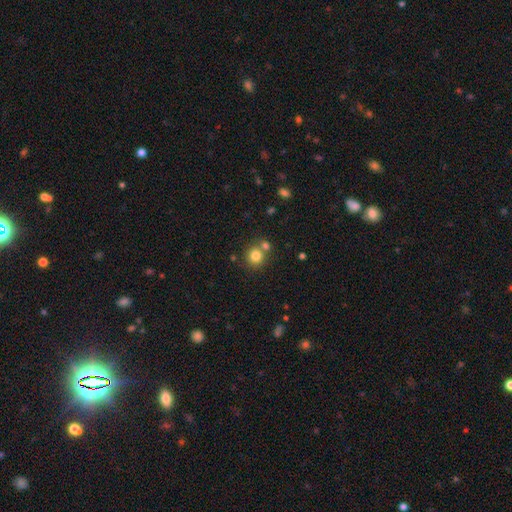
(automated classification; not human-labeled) A smooth galaxy with no disk features (81%) that is round (88%).

Vote fractions:
- Smooth or featured? smooth: 81% / star or artifact: 12% / featured or disk: 7%
- How rounded? round: 88% / in between: 11% / cigar-shaped: 1%
- Merging? none: 65% / merger: 25% / minor disturbance: 8% / major disturbance: 3%